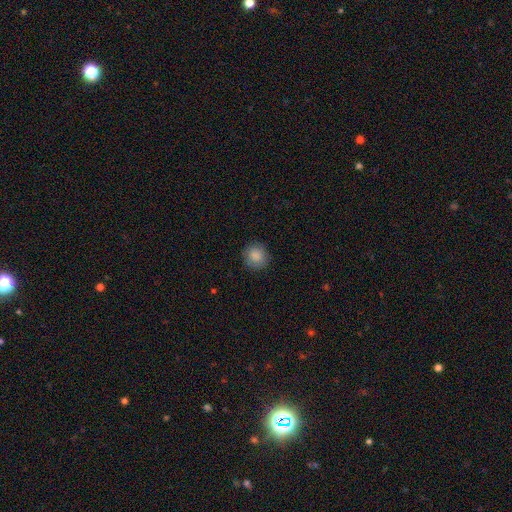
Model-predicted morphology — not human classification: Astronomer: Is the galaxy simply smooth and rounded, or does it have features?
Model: smooth — 87%.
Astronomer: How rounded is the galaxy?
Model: round — 91%.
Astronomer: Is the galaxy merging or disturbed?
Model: none — 87%.